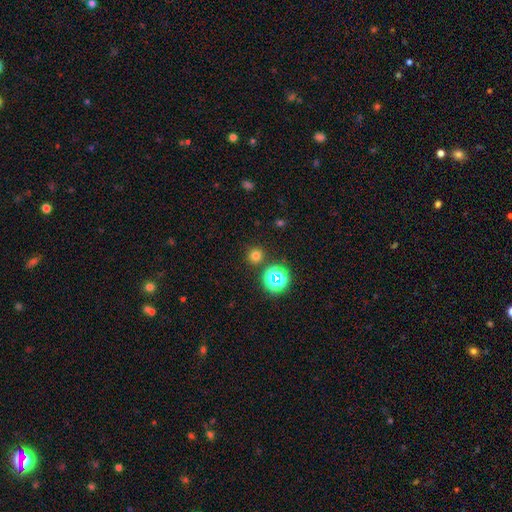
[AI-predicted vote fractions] Smooth or featured?
  - smooth: 70% *
  - star or artifact: 24%
  - featured or disk: 5%
How rounded?
  - round: 94% *
  - in between: 5%
  - cigar-shaped: 1%
Merging?
  - none: 87% *
  - minor disturbance: 6%
  - merger: 4%
  - major disturbance: 3%